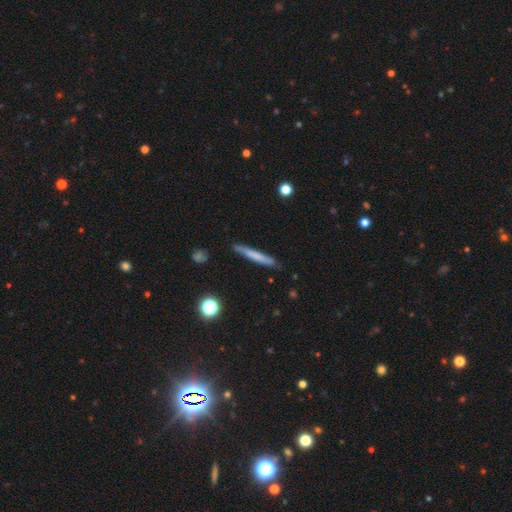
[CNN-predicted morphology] A smooth galaxy with no disk features (64%) that is cigar-shaped (95%).

Vote fractions:
- Smooth or featured? smooth: 64% / featured or disk: 29% / star or artifact: 7%
- How rounded? cigar-shaped: 95% / in between: 3% / round: 1%
- Merging? none: 85% / minor disturbance: 11% / major disturbance: 2% / merger: 2%